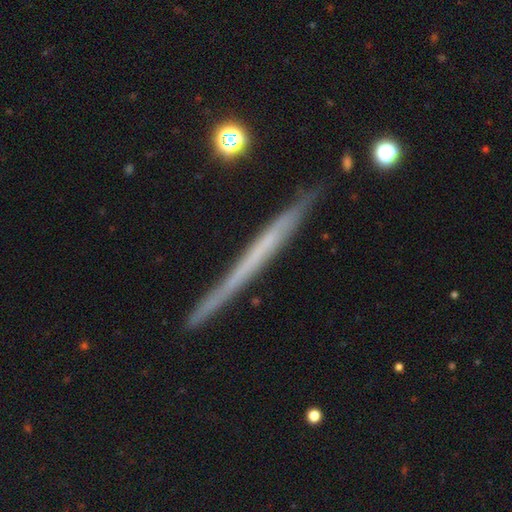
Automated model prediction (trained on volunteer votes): A featured or disk galaxy (60%) viewed edge-on (97%) with no central bulge (93%).

Vote fractions:
- Smooth or featured? featured or disk: 60% / smooth: 33% / star or artifact: 7%
- Edge-on disk? yes: 97% / no: 3%
- Edge-on bulge? none: 93% / rounded: 4% / boxy: 3%
- Merging? none: 89% / minor disturbance: 9% / merger: 1% / major disturbance: 1%